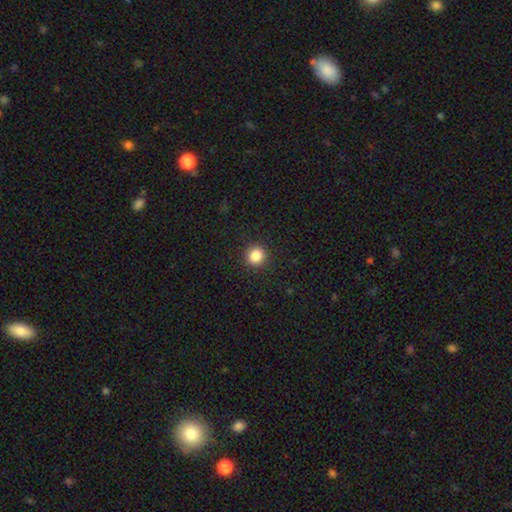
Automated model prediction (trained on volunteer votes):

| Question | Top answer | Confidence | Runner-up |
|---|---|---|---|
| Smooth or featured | smooth | 85% | star or artifact (11%) |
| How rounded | round | 91% | in between (8%) |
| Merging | none | 92% | minor disturbance (5%) |